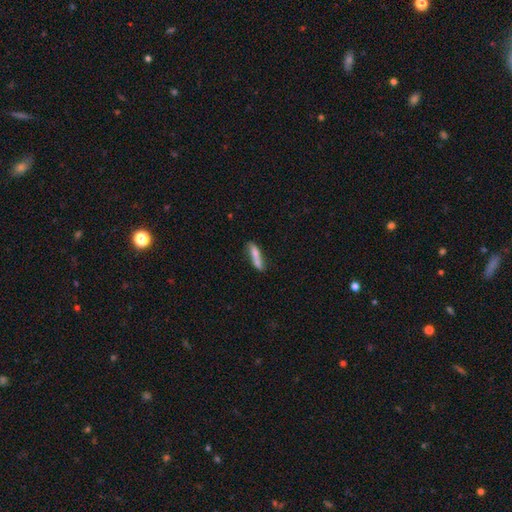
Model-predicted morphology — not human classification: smooth 67%, featured or disk 26%, star or artifact 7%. Down the decision tree: how rounded — cigar-shaped (74%); merging — none (57%).